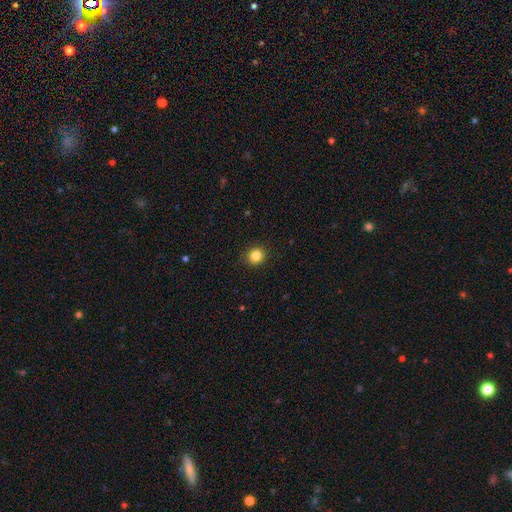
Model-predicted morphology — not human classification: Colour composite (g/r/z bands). It shows a smooth galaxy with no disk features (84%) that is round (87%). Merging: none (88%).